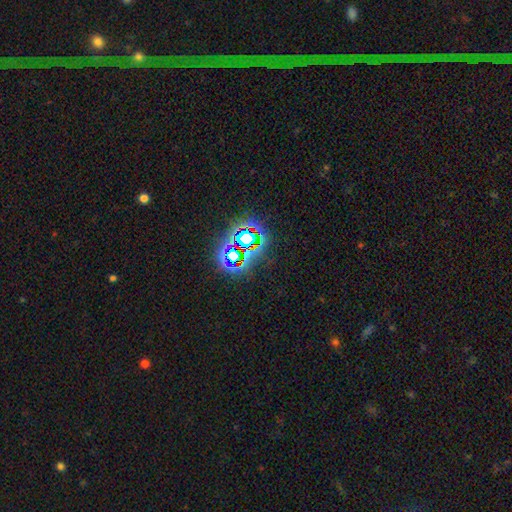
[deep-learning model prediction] Morphology: type=star or artifact (80%).